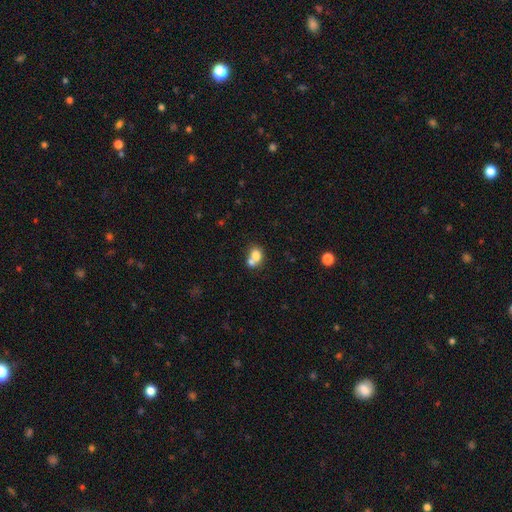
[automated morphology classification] Smooth or featured: smooth — 74% (featured or disk — 16%)
How rounded: round — 54% (in between — 45%)
Merging: merger — 58% (none — 31%)